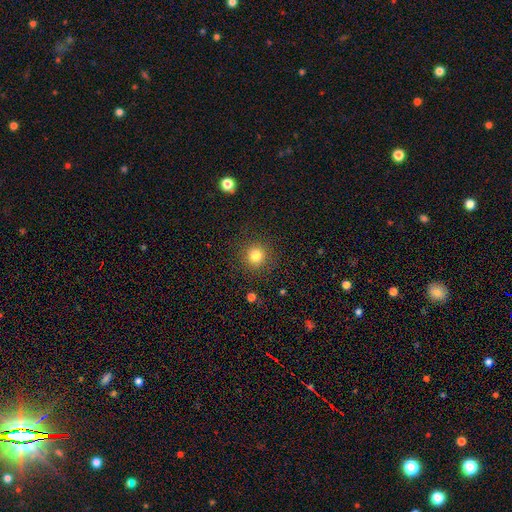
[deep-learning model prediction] smooth_or_featured: smooth (p=0.81) [alt: star or artifact p=0.13]
how_rounded: round (p=0.94) [alt: in between p=0.05]
merging: none (p=0.89) [alt: minor disturbance p=0.07]